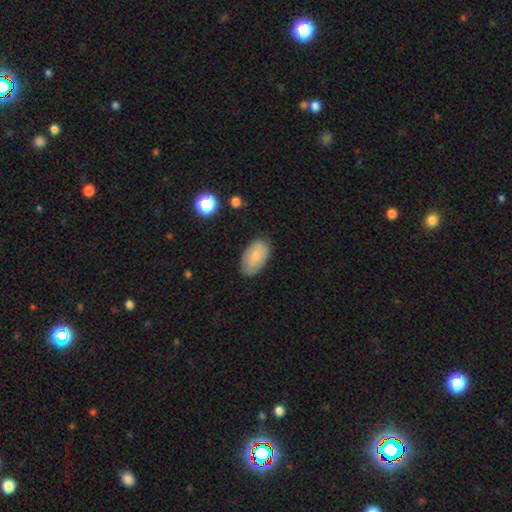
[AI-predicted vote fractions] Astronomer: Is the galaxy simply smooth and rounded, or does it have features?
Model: smooth — 77%.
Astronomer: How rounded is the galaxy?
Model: in between — 93%.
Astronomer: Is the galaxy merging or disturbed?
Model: none — 80%.